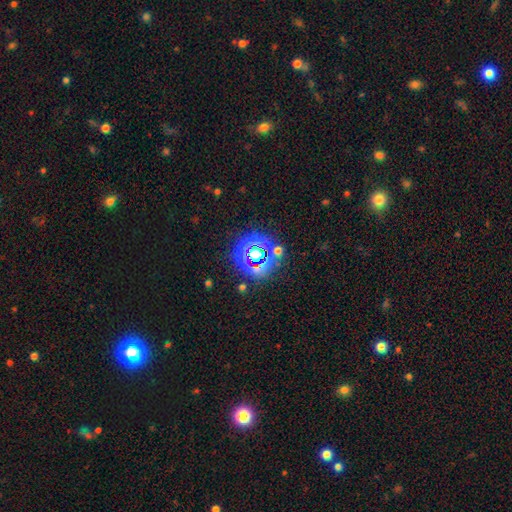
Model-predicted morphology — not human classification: Smooth or featured? Predicted: star or artifact (p=0.60).